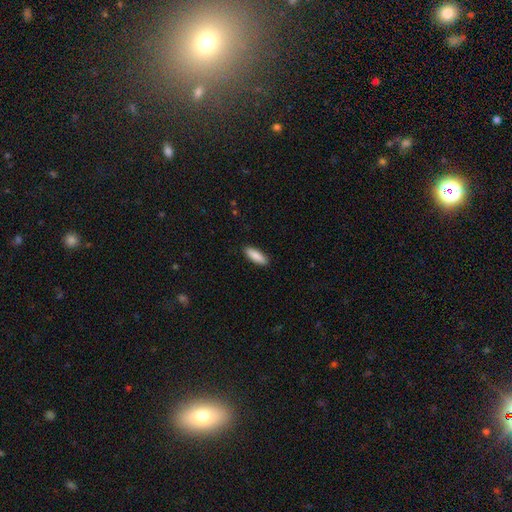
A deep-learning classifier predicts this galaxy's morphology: type=smooth (88%); roundness=in between (51%); merging=none (89%).